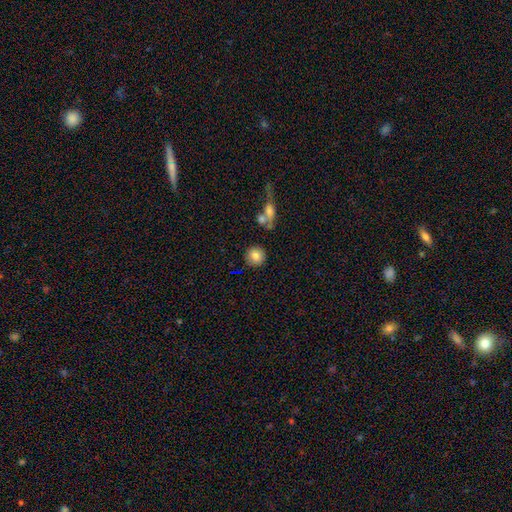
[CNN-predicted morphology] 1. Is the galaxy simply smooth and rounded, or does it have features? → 83% smooth, 9% star or artifact, 9% featured or disk.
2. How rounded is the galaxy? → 90% round, 8% in between, 1% cigar-shaped.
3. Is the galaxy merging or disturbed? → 82% none, 9% minor disturbance, 6% merger, 3% major disturbance.